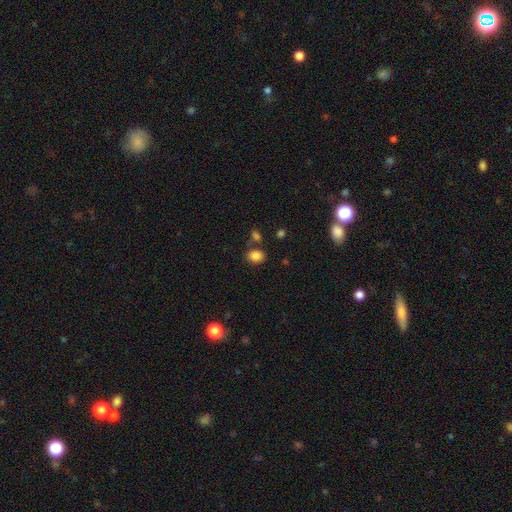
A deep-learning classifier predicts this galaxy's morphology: smooth-or-featured: smooth: 84% | star or artifact: 10% | featured or disk: 5%
  how-rounded: in between: 61% | round: 38% | cigar-shaped: 1%
  merging: none: 70% | merger: 14% | minor disturbance: 12% | major disturbance: 4%